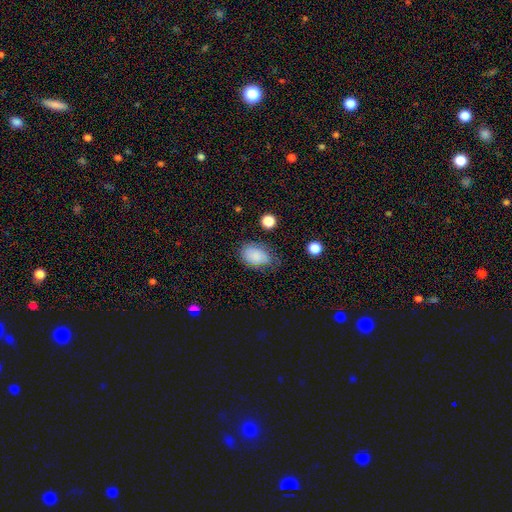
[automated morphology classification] Overall: smooth (80%). How rounded: in between (85%). Merging: none (58%; minor disturbance 28%).